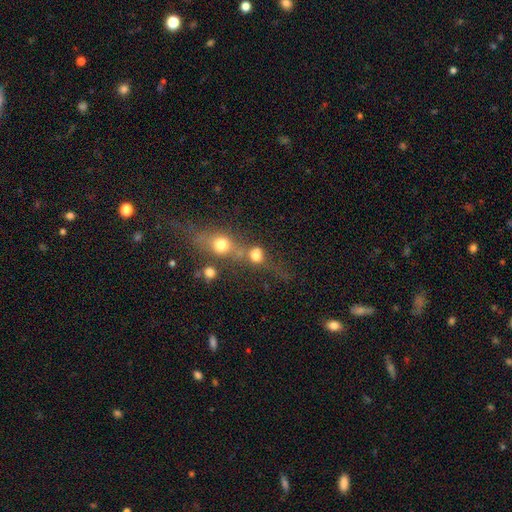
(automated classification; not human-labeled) This is likely a smooth galaxy (71%). How rounded: likely round (74%). Merging: possibly merger (47%).